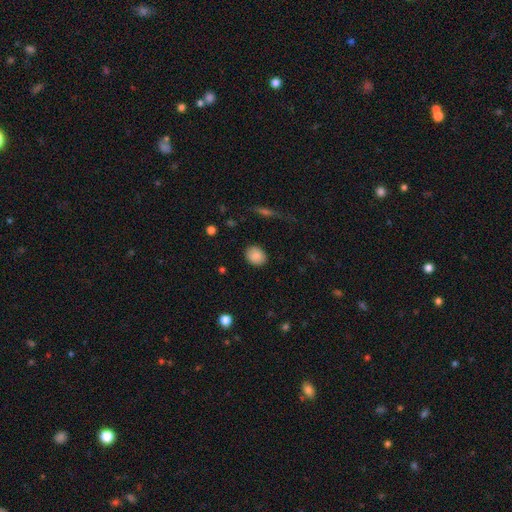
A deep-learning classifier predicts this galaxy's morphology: Q: Smooth or featured?
A: smooth (87%); runner-up: star or artifact (8%)
Q: How rounded?
A: round (55%); runner-up: in between (44%)
Q: Merging?
A: none (87%); runner-up: minor disturbance (9%)